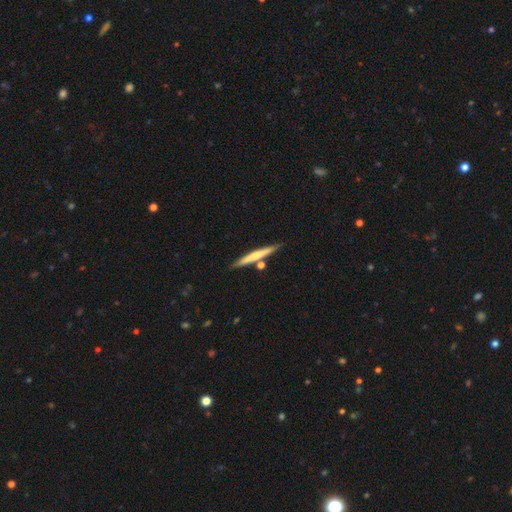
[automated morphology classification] Smooth or featured: smooth — 49% (featured or disk — 45%)
Merging: none — 79% (merger — 10%)